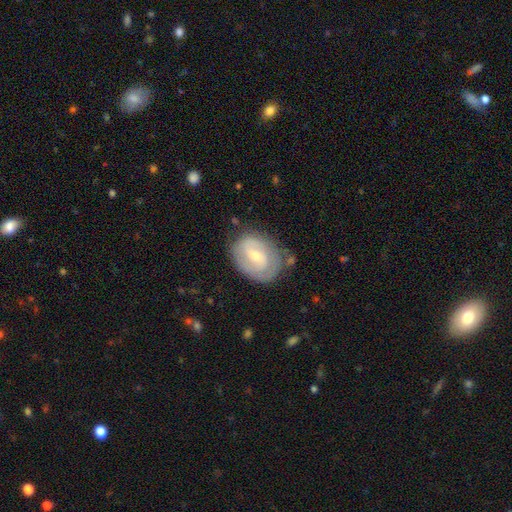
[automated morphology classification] type=featured or disk (68%); edge-on=no (97%); bar=weak (53%); spiral arms=yes (80%); winding=tight (52%); arm count=2 (60%); bulge=small (52%); merging=none (69%).